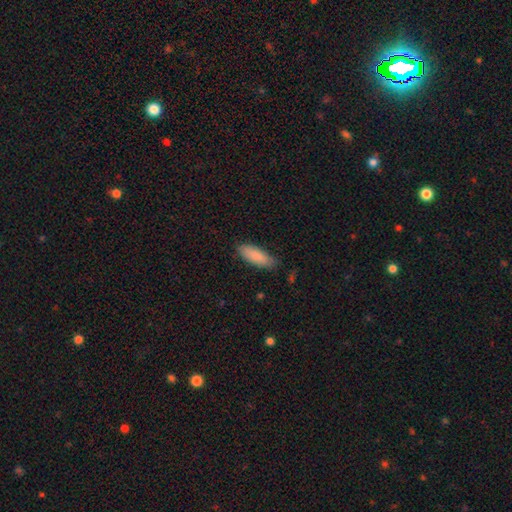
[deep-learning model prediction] smooth-or-featured: smooth: 87% | featured or disk: 7% | star or artifact: 6%
  how-rounded: in between: 67% | cigar-shaped: 31% | round: 2%
  merging: none: 81% | minor disturbance: 15% | major disturbance: 3% | merger: 1%